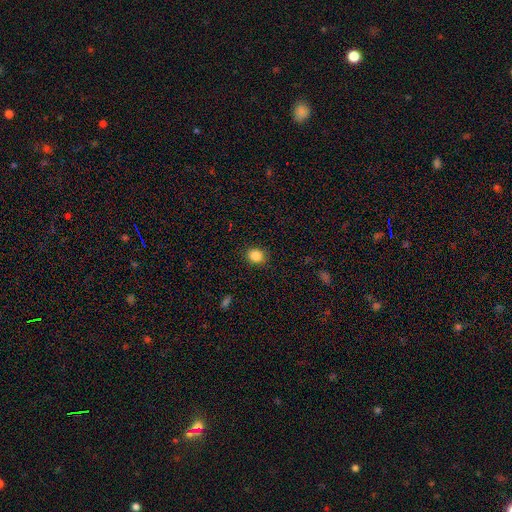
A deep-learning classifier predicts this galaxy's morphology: A smooth galaxy with no disk features (86%) that is round (68%).

Vote fractions:
- Smooth or featured? smooth: 86% / star or artifact: 10% / featured or disk: 4%
- How rounded? round: 68% / in between: 31% / cigar-shaped: 1%
- Merging? none: 89% / minor disturbance: 7% / major disturbance: 2% / merger: 1%